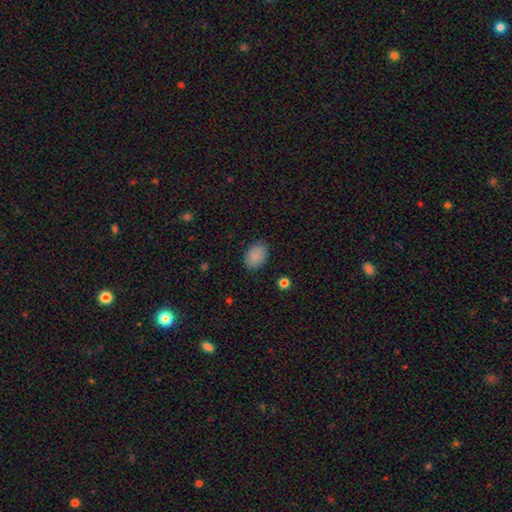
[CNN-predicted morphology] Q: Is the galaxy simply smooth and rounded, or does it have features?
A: smooth — 88%.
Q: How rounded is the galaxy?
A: in between — 80%.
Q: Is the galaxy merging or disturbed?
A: none — 85%.